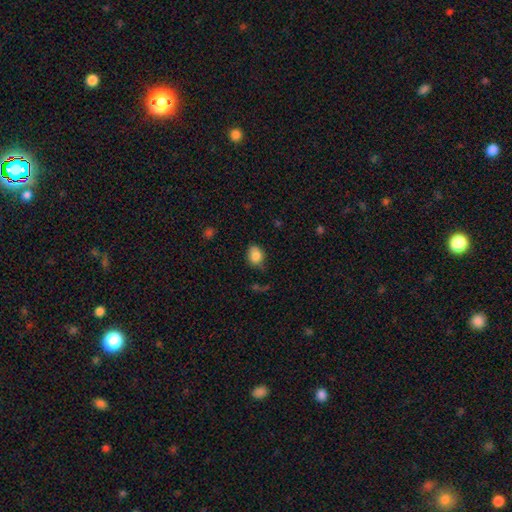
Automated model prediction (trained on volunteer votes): smooth 85%, star or artifact 9%, featured or disk 6%. Down the decision tree: how rounded — in between (51%); merging — none (69%).